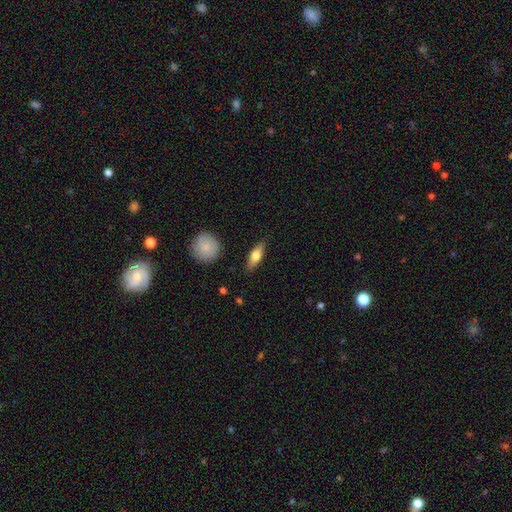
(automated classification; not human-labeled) A smooth galaxy with no disk features (62%) that is in between round and cigar-shaped (57%). Merging: none (85%).